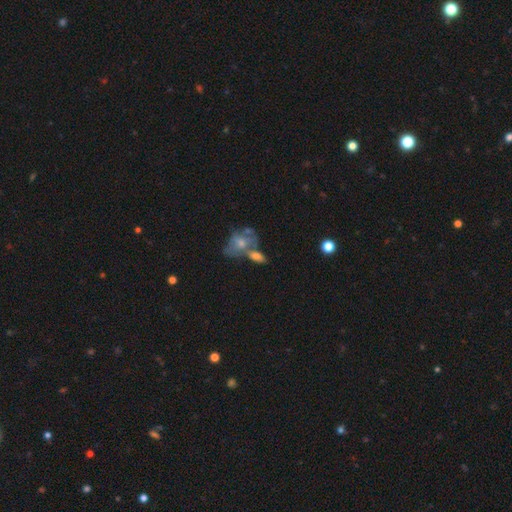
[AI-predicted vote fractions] Q: Smooth or featured?
A: smooth (60%); runner-up: featured or disk (29%)
Q: How rounded?
A: in between (82%); runner-up: round (13%)
Q: Merging?
A: merger (44%); runner-up: none (32%)